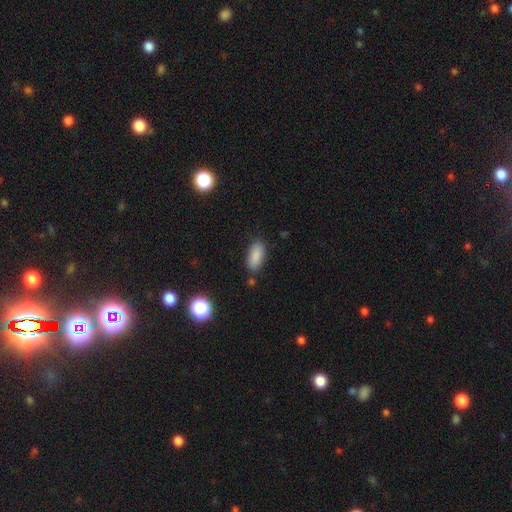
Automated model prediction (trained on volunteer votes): Smooth or featured?
  - smooth: 87% *
  - star or artifact: 8%
  - featured or disk: 5%
How rounded?
  - in between: 87% *
  - cigar-shaped: 11%
  - round: 3%
Merging?
  - none: 82% *
  - minor disturbance: 12%
  - merger: 3%
  - major disturbance: 3%